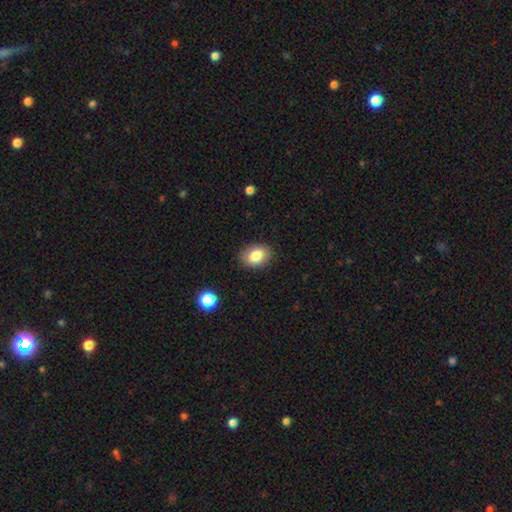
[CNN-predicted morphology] This appears to be a smooth galaxy with no disk features (83%) that is in between round and cigar-shaped (71%). Merging: none (86%).